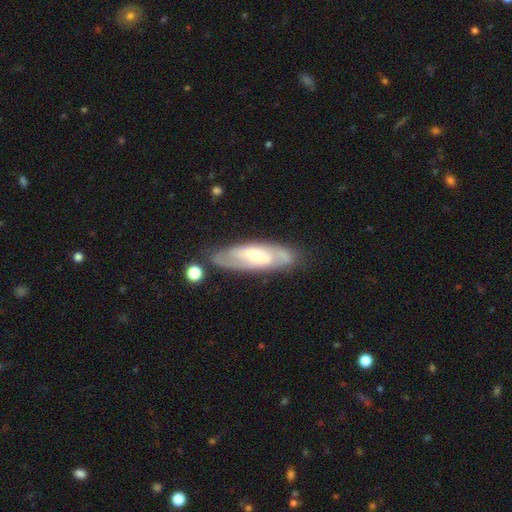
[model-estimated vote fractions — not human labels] Smooth or featured? Predicted: featured or disk (p=0.71). Edge-on disk? Predicted: no (p=0.82). Bar? Predicted: no (p=0.44). Spiral arms? Predicted: yes (p=0.86). Spiral winding? Predicted: tight (p=0.47). Spiral arm count? Predicted: 2 (p=0.60). Bulge size? Predicted: small (p=0.53). Merging? Predicted: none (p=0.76).